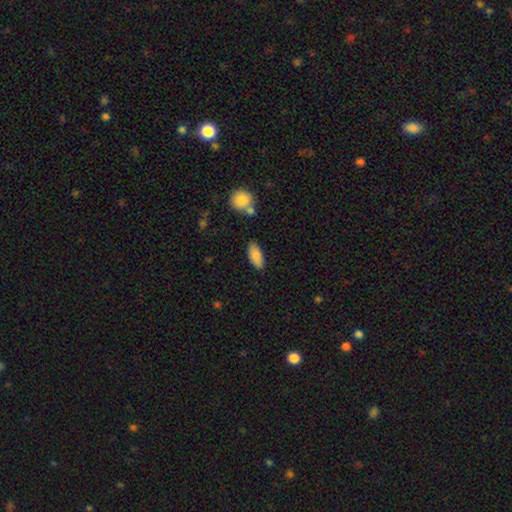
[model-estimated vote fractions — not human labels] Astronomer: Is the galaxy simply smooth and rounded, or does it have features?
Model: smooth — 85%.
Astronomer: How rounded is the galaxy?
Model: in between — 89%.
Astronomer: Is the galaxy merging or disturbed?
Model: none — 80%.